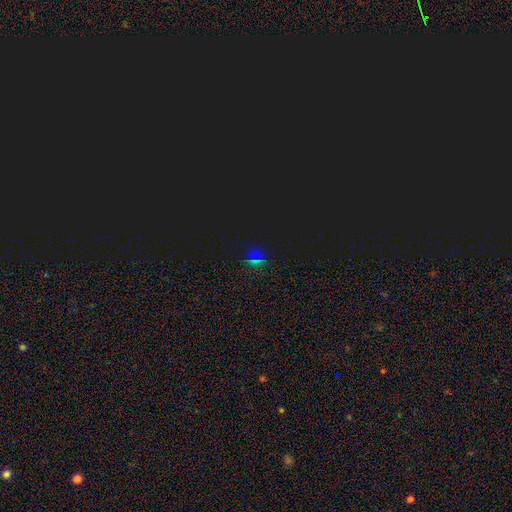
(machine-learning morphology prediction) Smooth or featured? star or artifact (64%)